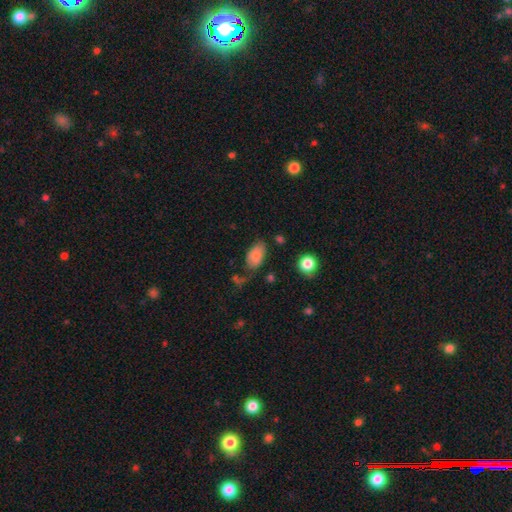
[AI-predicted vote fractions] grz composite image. It shows a smooth galaxy with no disk features (81%) that is in between round and cigar-shaped (92%). Merging: none (58%).